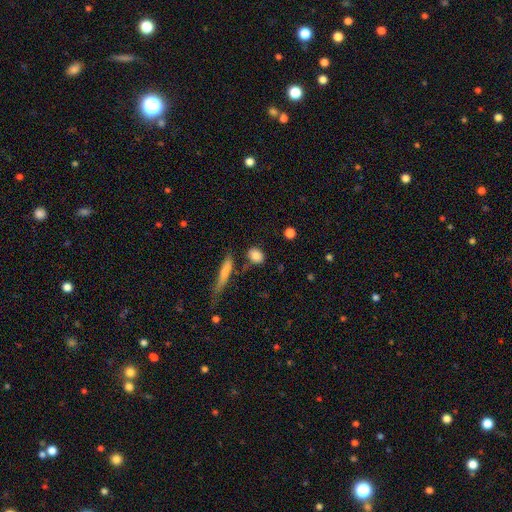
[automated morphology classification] This is clearly a smooth galaxy (85%). How rounded: possibly in between (58%). Merging: likely none (74%).